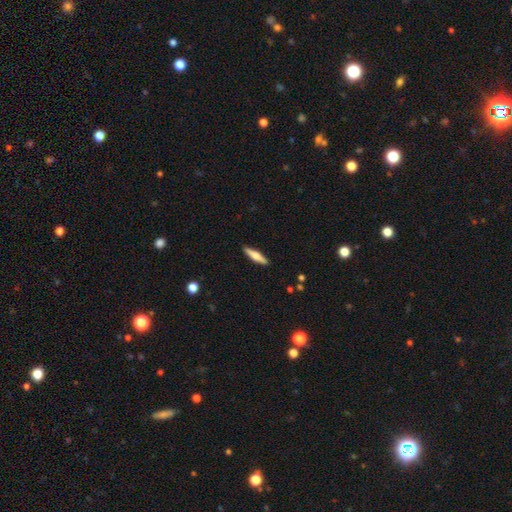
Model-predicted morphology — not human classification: type=smooth (50%); merging=none (91%).